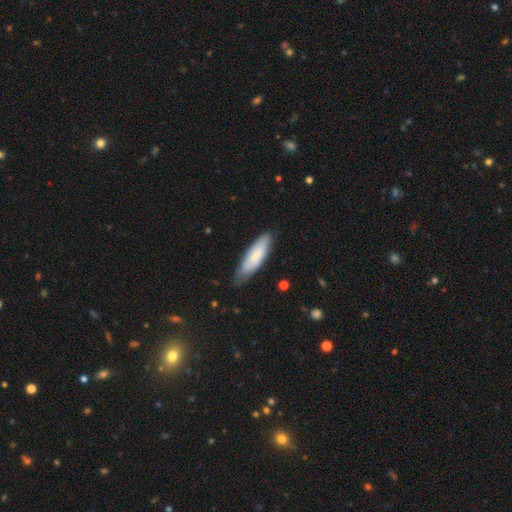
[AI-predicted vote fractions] Overall: smooth (70%). How rounded: cigar-shaped (52%; in between 47%). Merging: none (69%).